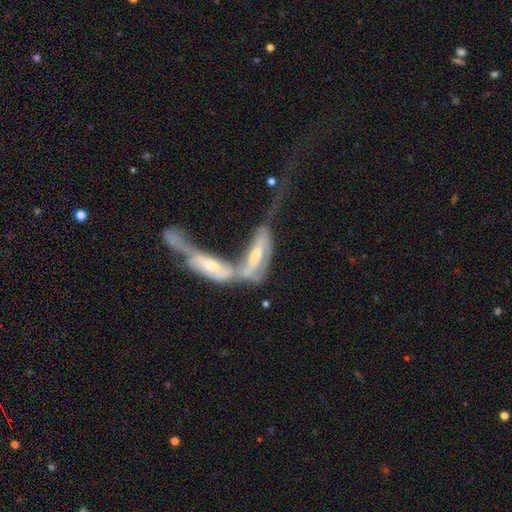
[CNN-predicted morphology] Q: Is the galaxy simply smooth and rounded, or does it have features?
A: featured or disk — 63%.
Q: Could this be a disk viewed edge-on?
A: no — 66%.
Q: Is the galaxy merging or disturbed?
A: merger — 79%.